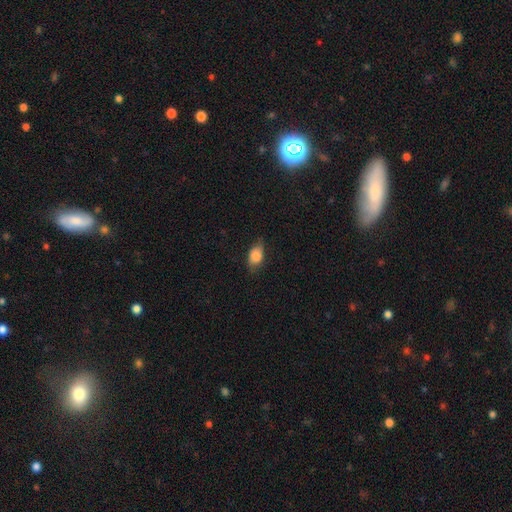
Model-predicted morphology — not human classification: type=smooth (82%); roundness=in between (83%); merging=none (68%).